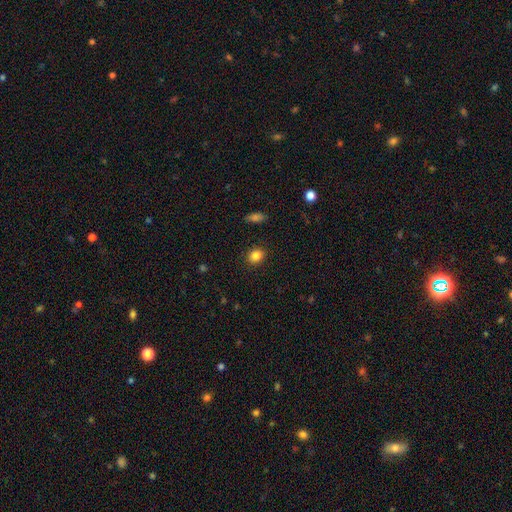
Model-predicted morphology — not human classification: A smooth galaxy with no disk features (85%) that is round (51%).

Vote fractions:
- Smooth or featured? smooth: 85% / star or artifact: 10% / featured or disk: 5%
- How rounded? round: 51% / in between: 48% / cigar-shaped: 1%
- Merging? none: 89% / minor disturbance: 7% / major disturbance: 2% / merger: 1%